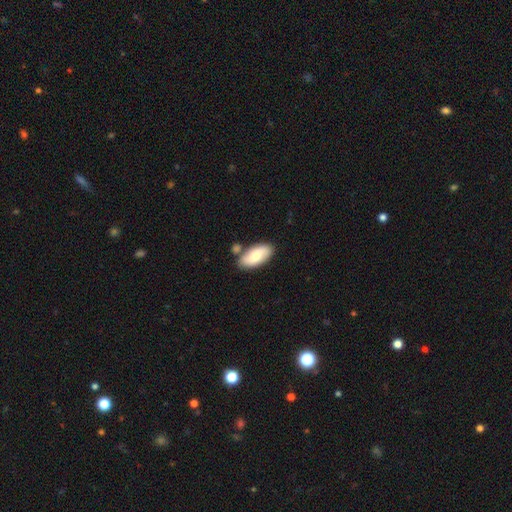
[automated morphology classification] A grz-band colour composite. It shows a smooth galaxy with no disk features (65%) that is in between round and cigar-shaped (92%). Merging: none (67%).